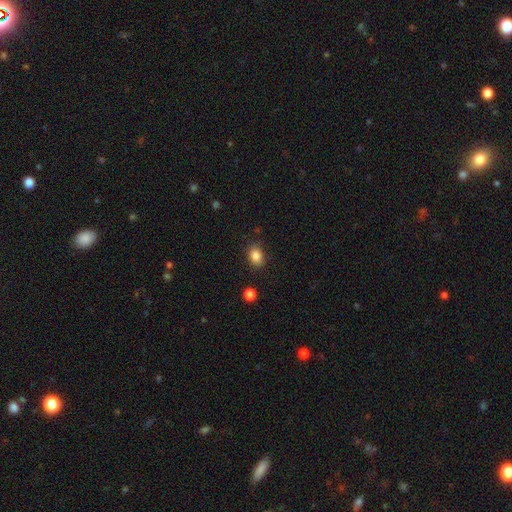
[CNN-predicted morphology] smooth 86%, star or artifact 9%, featured or disk 5%. Down the decision tree: how rounded — in between (71%); merging — none (84%).